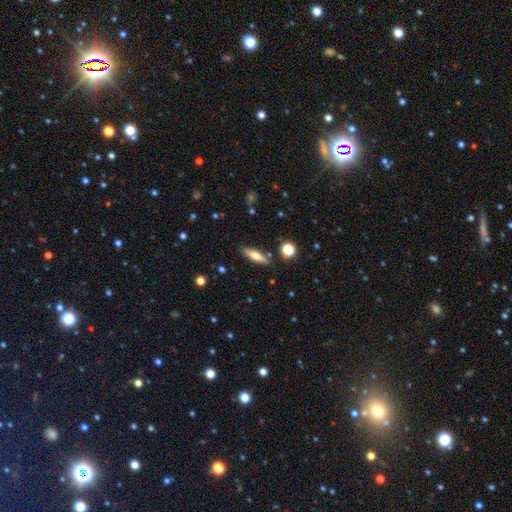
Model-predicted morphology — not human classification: Overall: smooth (61%; featured or disk 32%). How rounded: cigar-shaped (58%; in between 40%). Merging: none (84%).